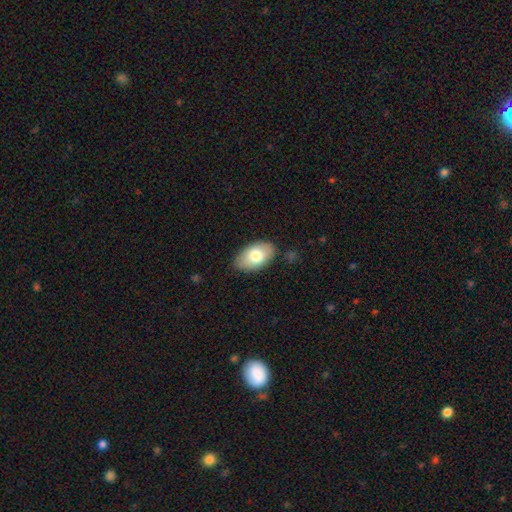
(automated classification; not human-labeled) Q: Smooth or featured?
A: smooth (76%); runner-up: featured or disk (18%)
Q: How rounded?
A: in between (93%); runner-up: round (5%)
Q: Merging?
A: none (83%); runner-up: minor disturbance (13%)